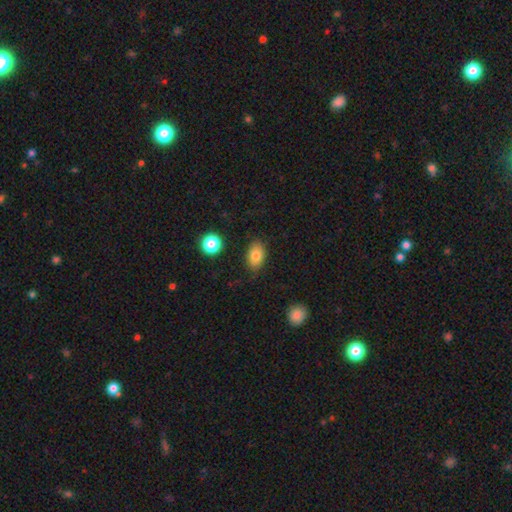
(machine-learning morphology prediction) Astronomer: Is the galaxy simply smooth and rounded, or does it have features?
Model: smooth — 81%.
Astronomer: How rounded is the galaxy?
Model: in between — 86%.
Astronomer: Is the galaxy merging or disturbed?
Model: none — 82%.